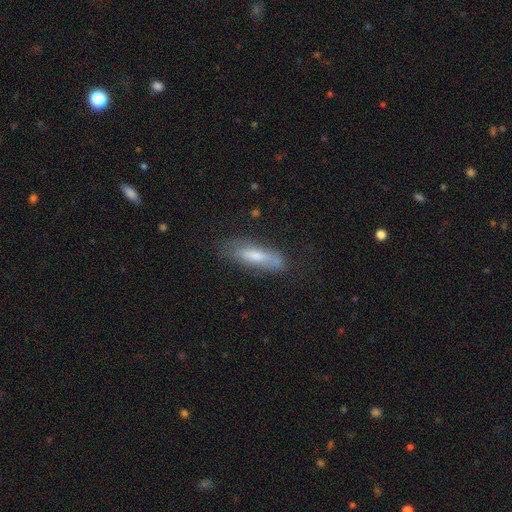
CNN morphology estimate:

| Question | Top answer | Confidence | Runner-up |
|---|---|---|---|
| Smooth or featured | smooth | 55% | featured or disk (37%) |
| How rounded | cigar-shaped | 66% | in between (32%) |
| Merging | none | 68% | minor disturbance (22%) |